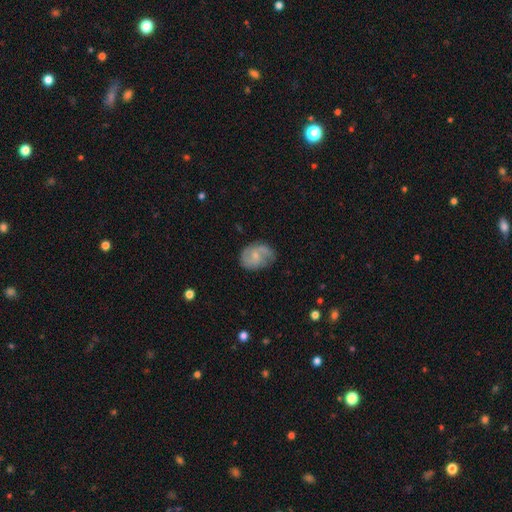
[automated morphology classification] Overall: featured or disk (68%). Edge-on disk: no (98%). Bar: no (57%; weak 38%). Spiral arms: yes (91%). Spiral arm count: 2 (68%). Spiral winding: medium (48%; tight 26%). Bulge size: small (63%; moderate 24%). Merging: none (63%; minor disturbance 25%).